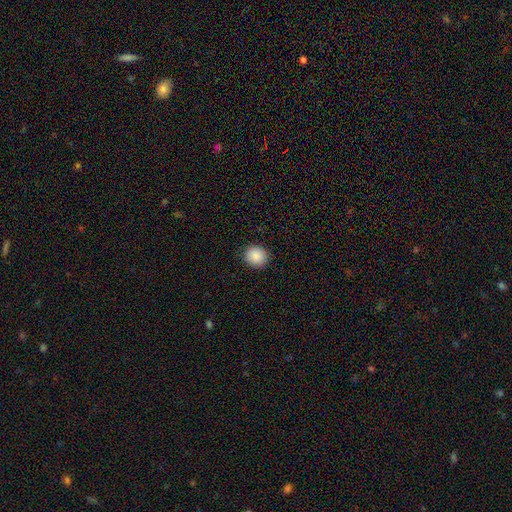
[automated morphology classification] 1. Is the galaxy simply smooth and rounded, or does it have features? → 89% smooth, 8% star or artifact, 3% featured or disk.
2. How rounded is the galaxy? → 84% round, 15% in between, 1% cigar-shaped.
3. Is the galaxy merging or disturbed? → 91% none, 6% minor disturbance, 2% major disturbance, 1% merger.